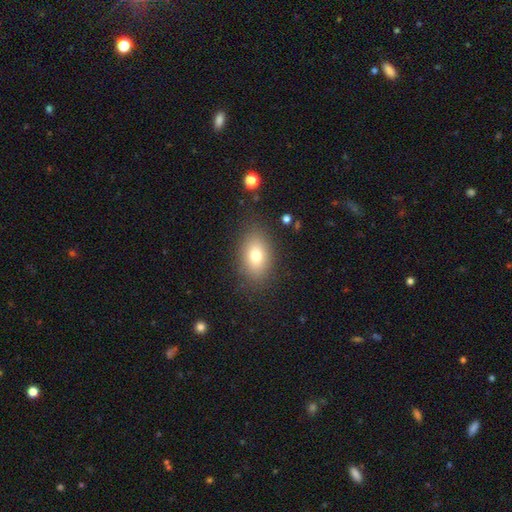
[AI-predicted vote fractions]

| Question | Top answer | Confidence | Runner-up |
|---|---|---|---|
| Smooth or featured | smooth | 77% | featured or disk (13%) |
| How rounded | in between | 84% | round (14%) |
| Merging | none | 84% | minor disturbance (11%) |